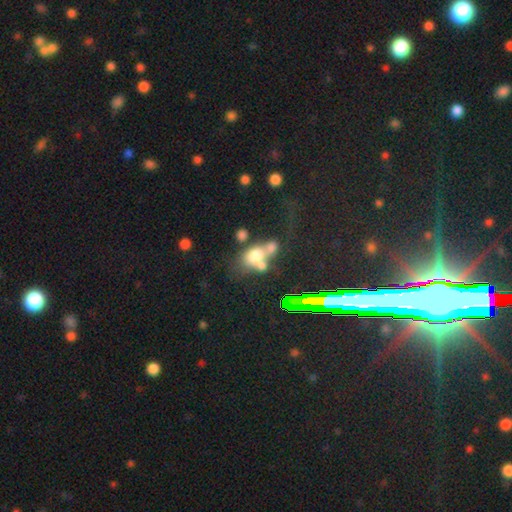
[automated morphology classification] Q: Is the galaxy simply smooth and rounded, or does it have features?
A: smooth — 57%.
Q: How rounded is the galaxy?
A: in between — 59%.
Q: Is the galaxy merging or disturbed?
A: merger — 59%.